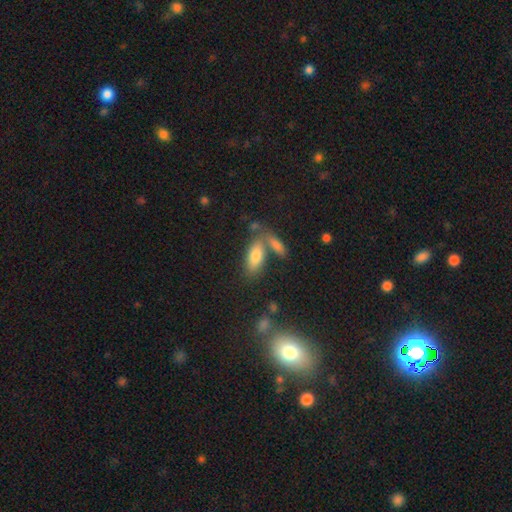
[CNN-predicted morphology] Smooth or featured: smooth — 78% (featured or disk — 14%)
How rounded: in between — 78% (cigar-shaped — 19%)
Merging: none — 54% (merger — 29%)